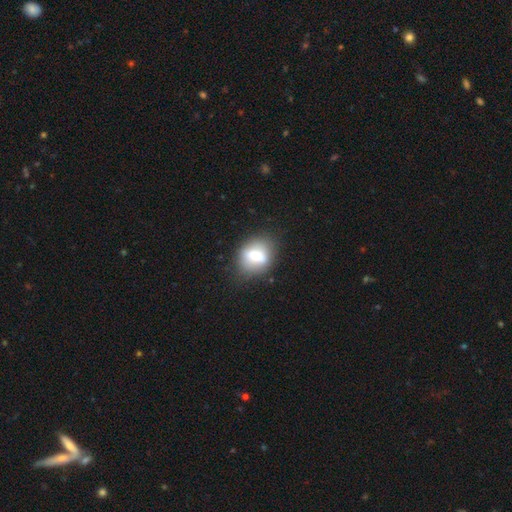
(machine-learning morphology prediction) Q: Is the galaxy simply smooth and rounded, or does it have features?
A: smooth — 63%.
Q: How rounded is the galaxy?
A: in between — 54%.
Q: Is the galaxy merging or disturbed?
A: none — 74%.